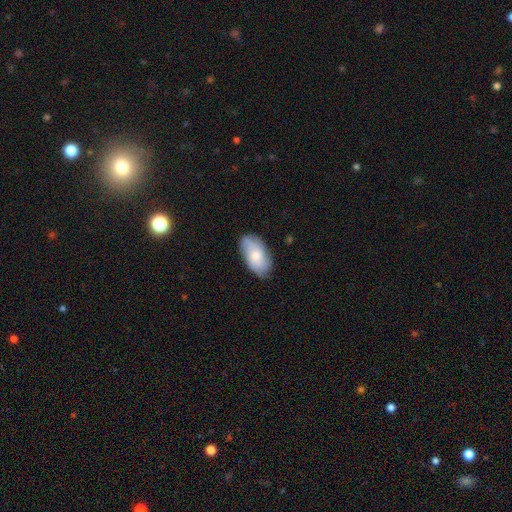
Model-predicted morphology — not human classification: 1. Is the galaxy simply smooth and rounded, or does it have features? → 62% smooth, 31% featured or disk, 7% star or artifact.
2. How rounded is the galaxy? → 94% in between, 4% round, 3% cigar-shaped.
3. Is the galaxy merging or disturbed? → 77% none, 18% minor disturbance, 4% major disturbance, 1% merger.